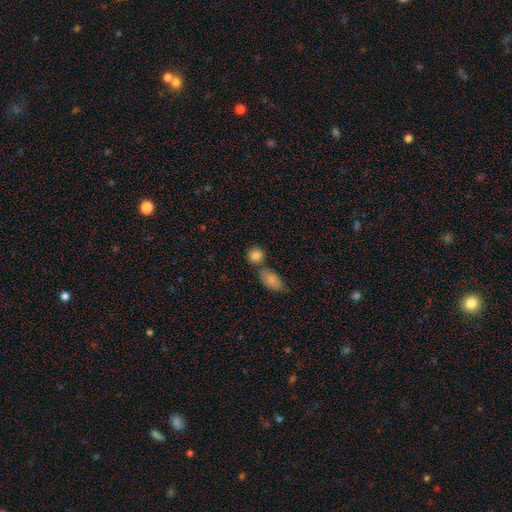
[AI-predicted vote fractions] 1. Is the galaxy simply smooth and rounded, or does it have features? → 85% smooth, 9% star or artifact, 6% featured or disk.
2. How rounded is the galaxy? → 74% round, 25% in between, 2% cigar-shaped.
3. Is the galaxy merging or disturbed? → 58% none, 27% merger, 11% minor disturbance, 4% major disturbance.